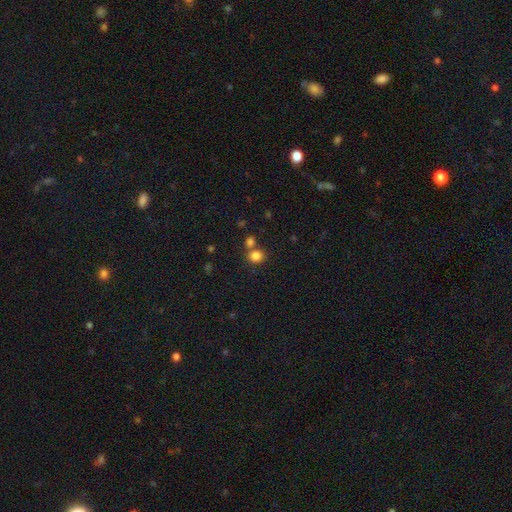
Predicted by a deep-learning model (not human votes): The model was most divided on "merging": none: 61%, merger: 27%, minor disturbance: 8%, major disturbance: 3%. More confident: smooth or featured — smooth (83%); how rounded — round (78%).